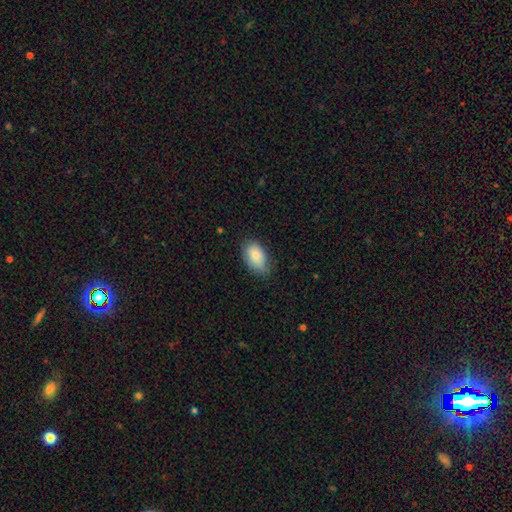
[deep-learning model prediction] Q: Smooth or featured?
A: smooth (83%); runner-up: featured or disk (10%)
Q: How rounded?
A: in between (91%); runner-up: round (8%)
Q: Merging?
A: none (68%); runner-up: minor disturbance (27%)